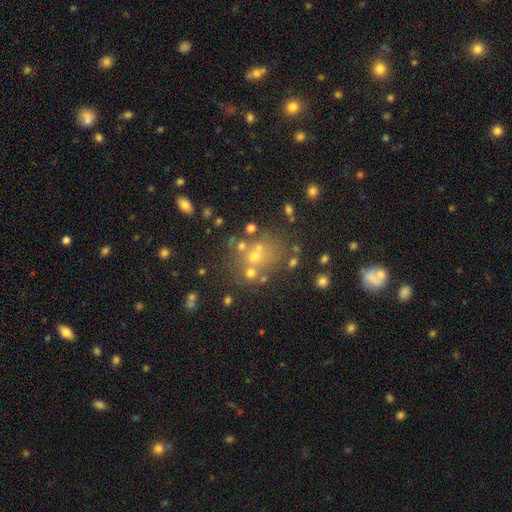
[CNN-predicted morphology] smooth_or_featured: smooth (p=0.47) [alt: star or artifact p=0.30]
merging: none (p=0.50) [alt: merger p=0.29]